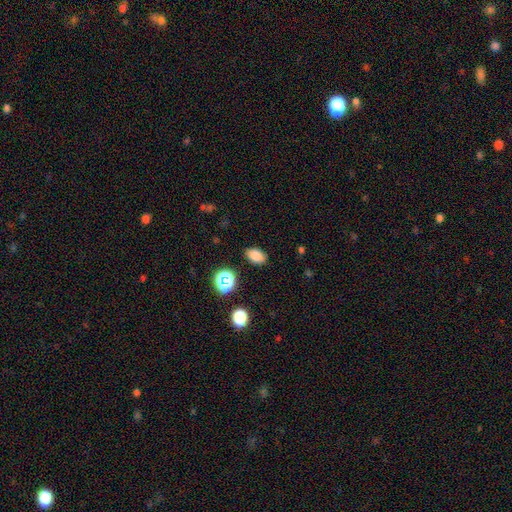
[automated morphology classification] A smooth galaxy with no disk features (81%) that is in between round and cigar-shaped (85%).

Vote fractions:
- Smooth or featured? smooth: 81% / star or artifact: 13% / featured or disk: 6%
- How rounded? in between: 85% / round: 14% / cigar-shaped: 1%
- Merging? none: 86% / minor disturbance: 10% / major disturbance: 3% / merger: 2%